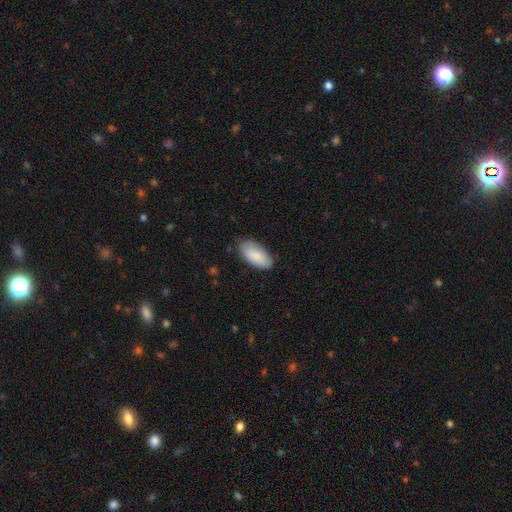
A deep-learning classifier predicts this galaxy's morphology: Smooth or featured? smooth (86%)
How rounded? in between (93%)
Merging? none (78%)